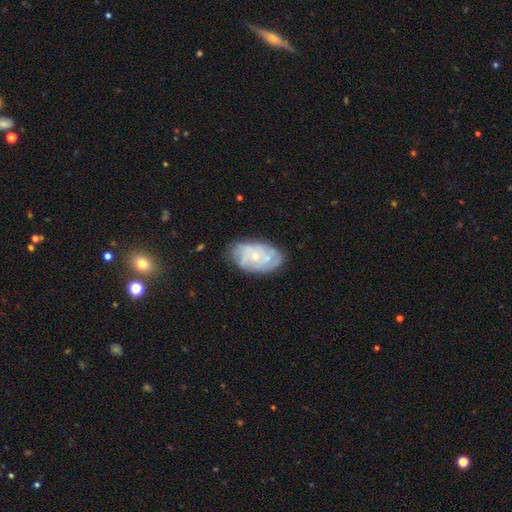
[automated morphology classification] Smooth or featured? Predicted: featured or disk (p=0.59). Edge-on disk? Predicted: no (p=0.95). Bar? Predicted: no (p=0.84). Spiral arms? Predicted: yes (p=0.59). Bulge size? Predicted: small (p=0.67). Merging? Predicted: none (p=0.67).